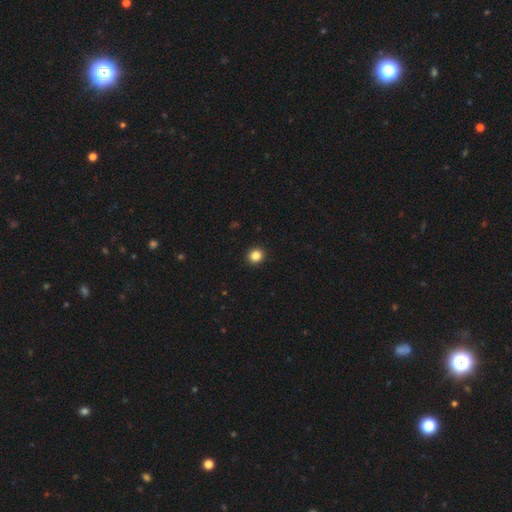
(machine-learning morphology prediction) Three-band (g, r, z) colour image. It shows a smooth galaxy with no disk features (85%) that is round (87%). Merging: none (93%).